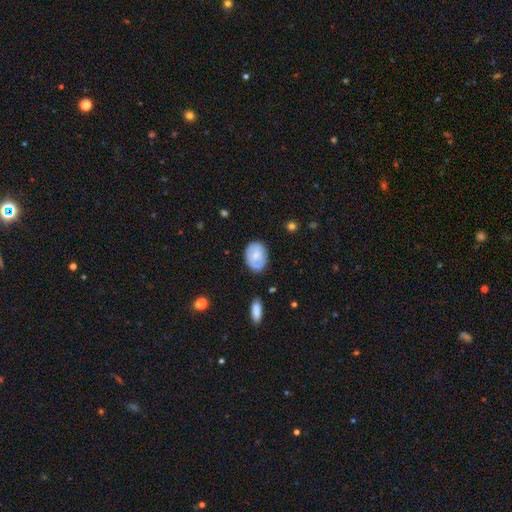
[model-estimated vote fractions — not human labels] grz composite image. It shows a smooth galaxy with no disk features (62%) that is in between round and cigar-shaped (70%). Merging: none (72%).